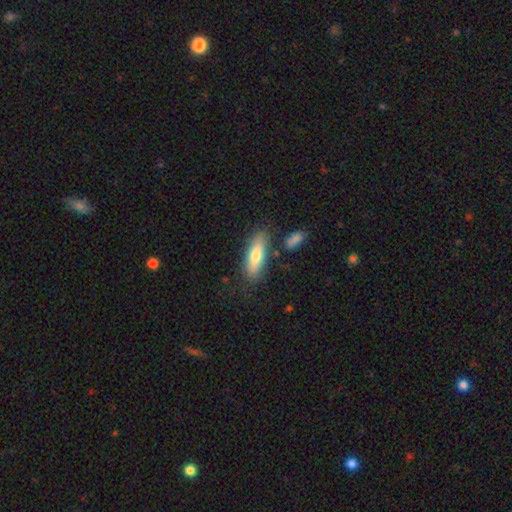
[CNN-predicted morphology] A smooth galaxy with no disk features (74%) that is in between round and cigar-shaped (56%).

Vote fractions:
- Smooth or featured? smooth: 74% / featured or disk: 20% / star or artifact: 6%
- How rounded? in between: 56% / cigar-shaped: 42% / round: 2%
- Merging? none: 77% / minor disturbance: 14% / merger: 6% / major disturbance: 4%